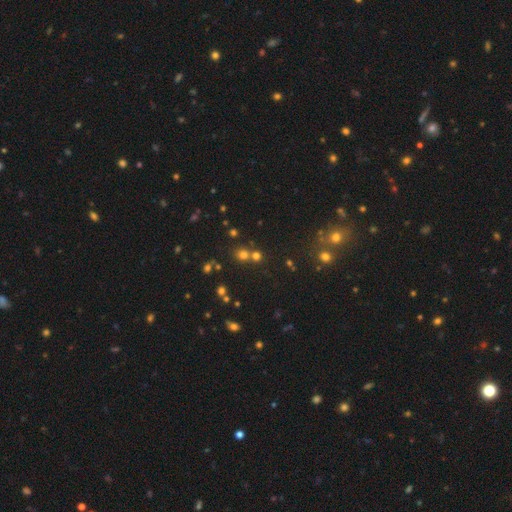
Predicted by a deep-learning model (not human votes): Smooth or featured? smooth (59%)
How rounded? round (88%)
Merging? none (62%)